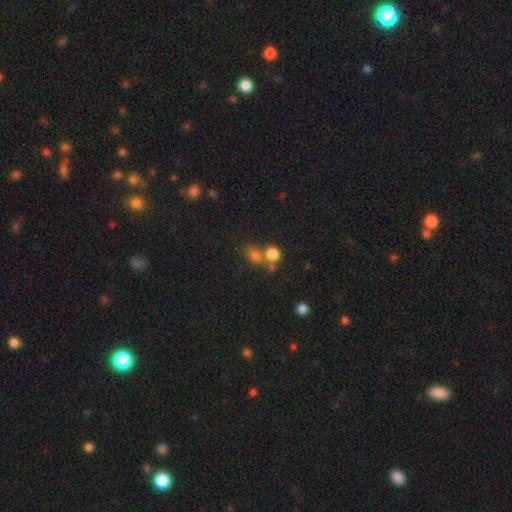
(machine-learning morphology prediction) Smooth or featured? smooth (69%)
How rounded? round (60%)
Merging? none (51%)